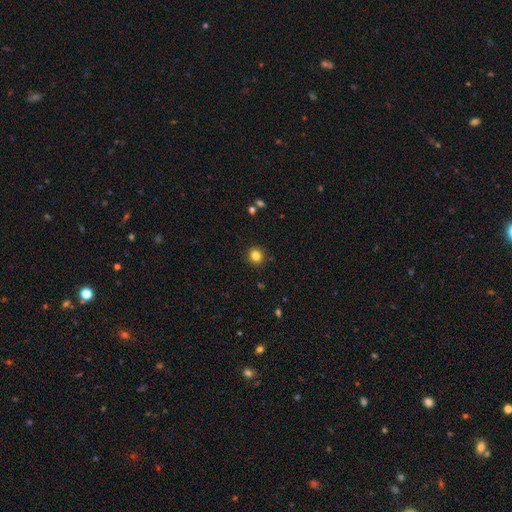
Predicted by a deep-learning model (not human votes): Smooth or featured? Predicted: smooth (p=0.83). How rounded? Predicted: round (p=0.92). Merging? Predicted: none (p=0.91).